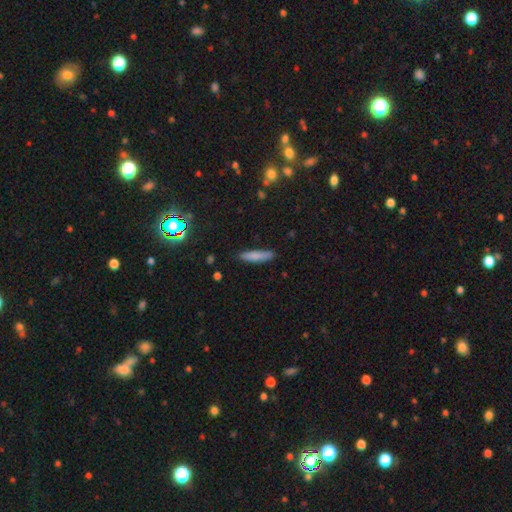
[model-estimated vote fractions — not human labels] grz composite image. It shows a smooth galaxy with no disk features (81%) that is cigar-shaped (82%). Merging: none (85%).